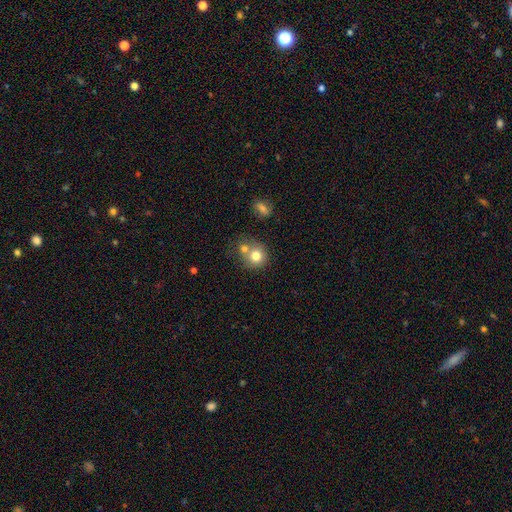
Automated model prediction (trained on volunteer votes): smooth_or_featured: smooth (p=0.76) [alt: featured or disk p=0.14]
how_rounded: round (p=0.83) [alt: in between p=0.16]
merging: merger (p=0.44) [alt: none p=0.43]